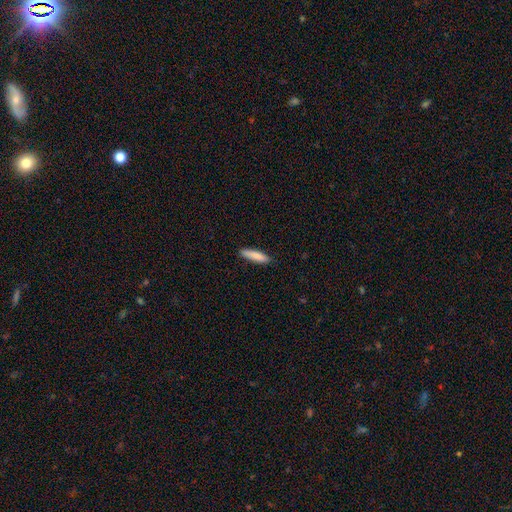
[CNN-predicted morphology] type=smooth (85%); roundness=cigar-shaped (79%); merging=none (87%).